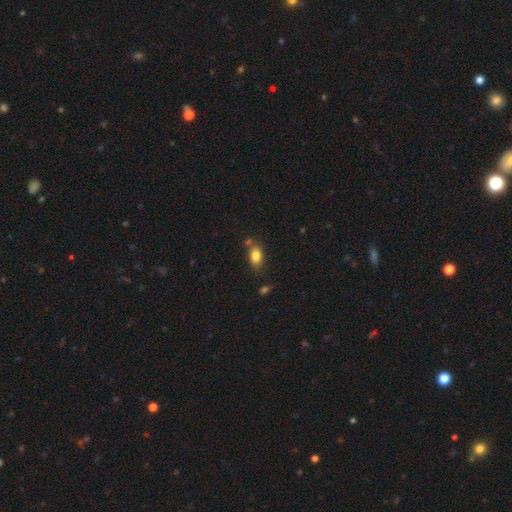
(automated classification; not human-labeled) The model was most divided on "merging": none: 66%, minor disturbance: 16%, merger: 13%, major disturbance: 4%. More confident: how rounded — in between (85%); smooth or featured — smooth (84%).